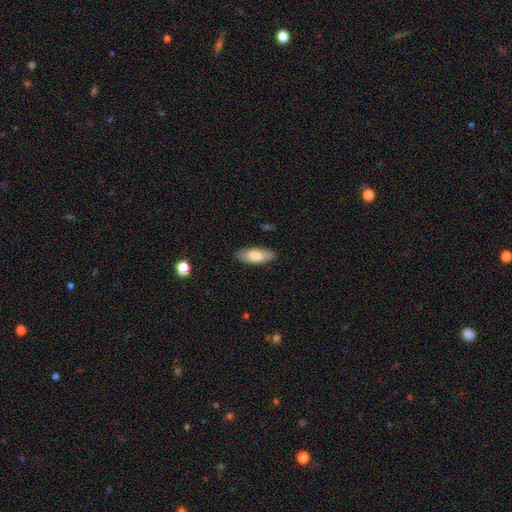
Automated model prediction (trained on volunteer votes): The model was most divided on "how rounded": in between: 80%, cigar-shaped: 18%, round: 2%. More confident: merging — none (86%); smooth or featured — smooth (81%).